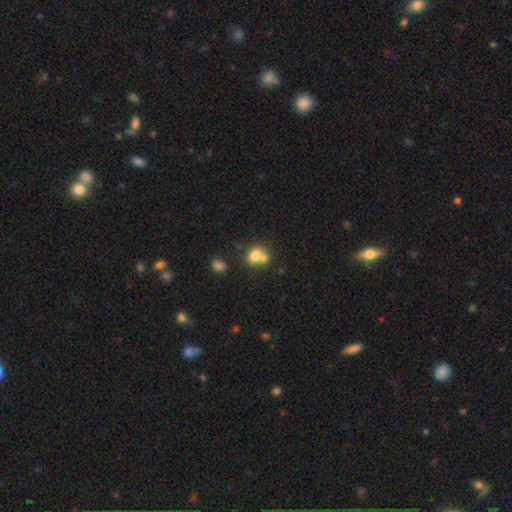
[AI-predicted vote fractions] Smooth or featured?
  - smooth: 72% *
  - featured or disk: 17%
  - star or artifact: 11%
How rounded?
  - round: 56% *
  - in between: 43%
  - cigar-shaped: 1%
Merging?
  - merger: 57% *
  - none: 30%
  - minor disturbance: 9%
  - major disturbance: 4%